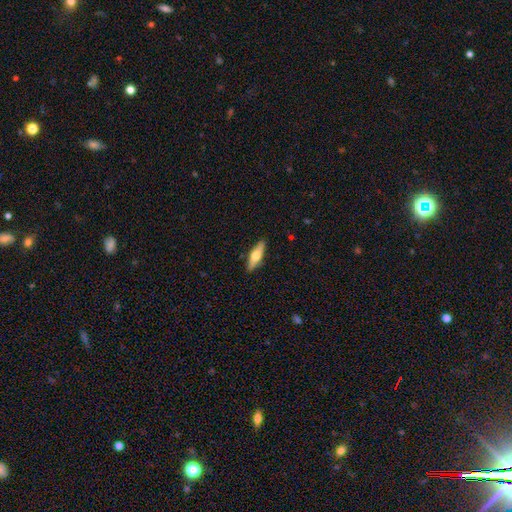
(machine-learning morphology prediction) Smooth or featured?
  - smooth: 50% *
  - featured or disk: 44%
  - star or artifact: 6%
How rounded?
  - cigar-shaped: 57% *
  - in between: 40%
  - round: 2%
Merging?
  - none: 89% *
  - minor disturbance: 8%
  - major disturbance: 2%
  - merger: 1%